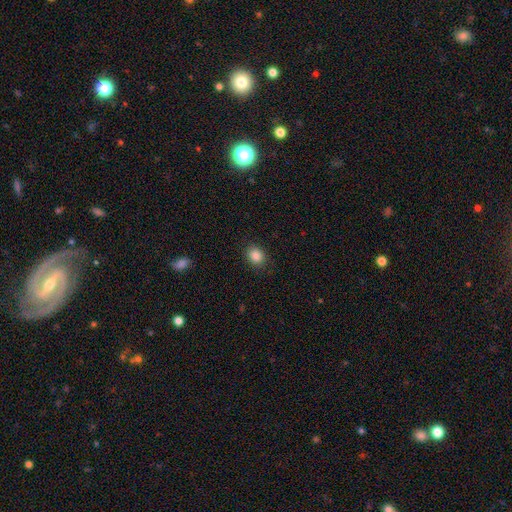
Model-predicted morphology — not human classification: A smooth galaxy with no disk features (87%) that is round (54%). Merging: none (88%).